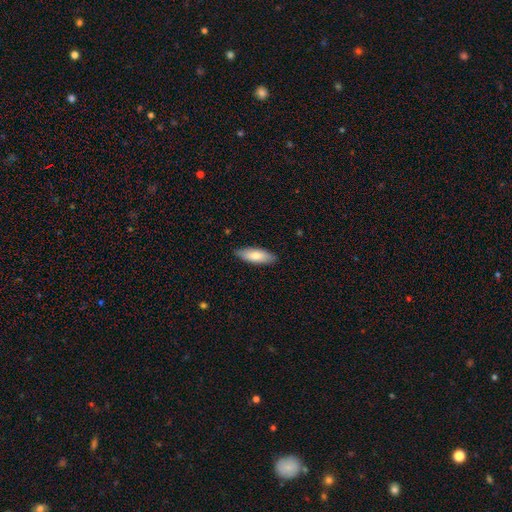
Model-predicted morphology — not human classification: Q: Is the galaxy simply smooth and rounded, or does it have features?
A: smooth — 75%.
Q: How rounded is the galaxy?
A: in between — 66%.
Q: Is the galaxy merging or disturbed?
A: none — 85%.